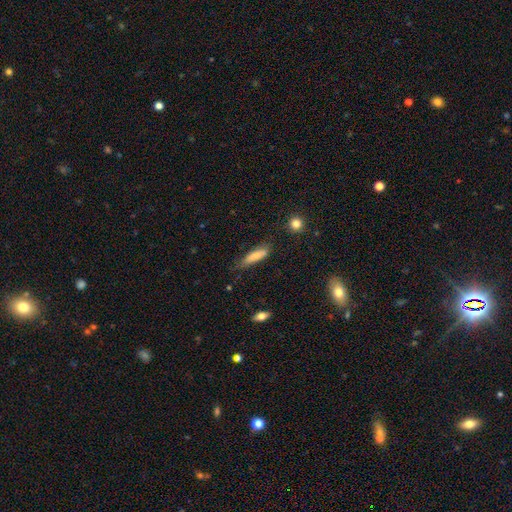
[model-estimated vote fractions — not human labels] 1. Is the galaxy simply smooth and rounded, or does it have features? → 77% smooth, 16% featured or disk, 7% star or artifact.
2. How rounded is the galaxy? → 71% cigar-shaped, 27% in between, 2% round.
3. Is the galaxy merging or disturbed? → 57% none, 32% minor disturbance, 9% major disturbance, 3% merger.